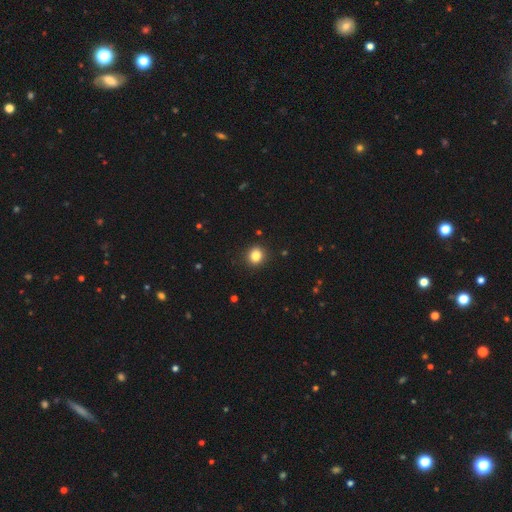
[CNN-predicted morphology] Overall: smooth (84%). How rounded: round (82%). Merging: none (91%).